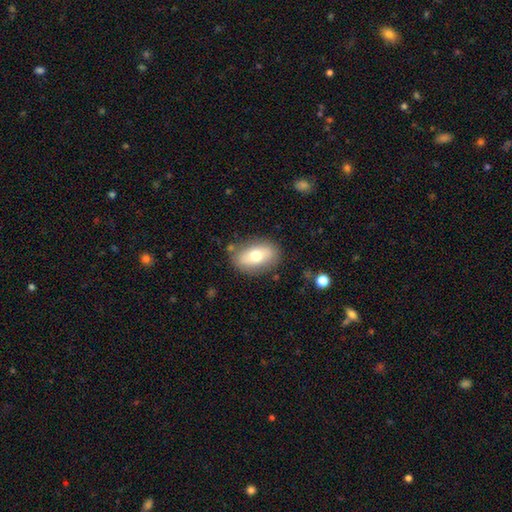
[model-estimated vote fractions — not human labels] Smooth or featured?
  - smooth: 66% *
  - featured or disk: 27%
  - star or artifact: 7%
How rounded?
  - in between: 87% *
  - round: 10%
  - cigar-shaped: 3%
Merging?
  - none: 80% *
  - minor disturbance: 13%
  - major disturbance: 4%
  - merger: 2%